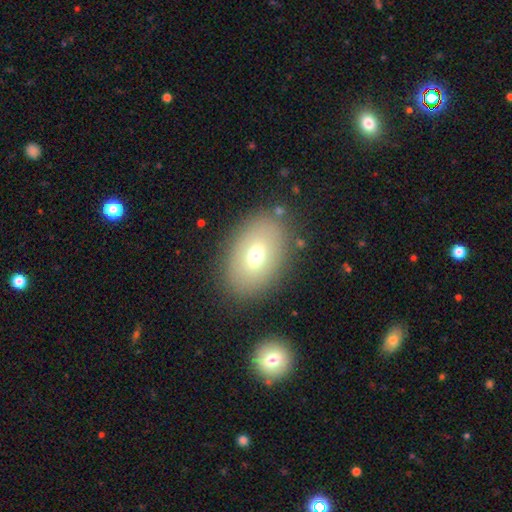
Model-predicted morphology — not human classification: Smooth or featured? Predicted: smooth (p=0.68). How rounded? Predicted: in between (p=0.87). Merging? Predicted: none (p=0.83).